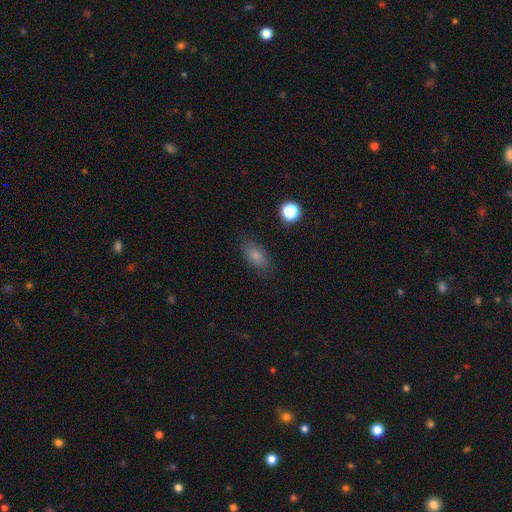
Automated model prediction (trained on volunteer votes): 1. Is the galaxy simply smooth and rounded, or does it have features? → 78% smooth, 11% featured or disk, 11% star or artifact.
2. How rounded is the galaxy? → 86% in between, 7% round, 7% cigar-shaped.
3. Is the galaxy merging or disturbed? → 80% none, 14% minor disturbance, 4% major disturbance, 1% merger.